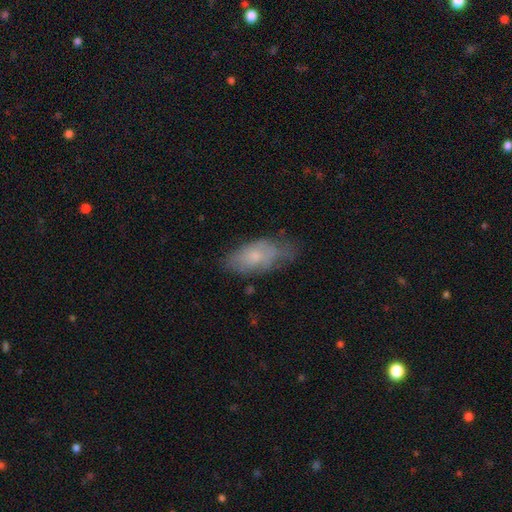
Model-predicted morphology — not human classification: Smooth or featured? Predicted: smooth (p=0.62). How rounded? Predicted: in between (p=0.88). Merging? Predicted: none (p=0.49).